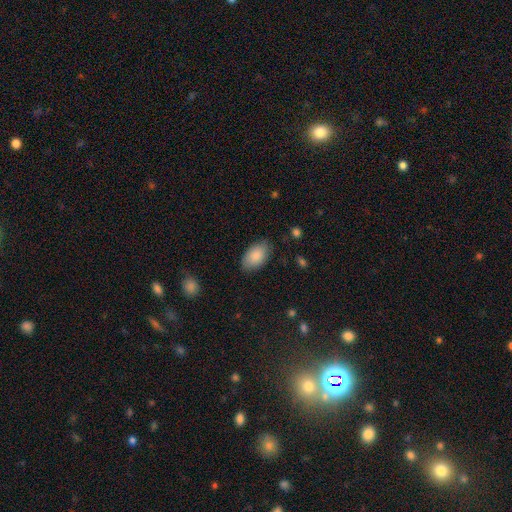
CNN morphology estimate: This appears to be a smooth galaxy with no disk features (87%) that is in between round and cigar-shaped (94%). Merging: none (82%).